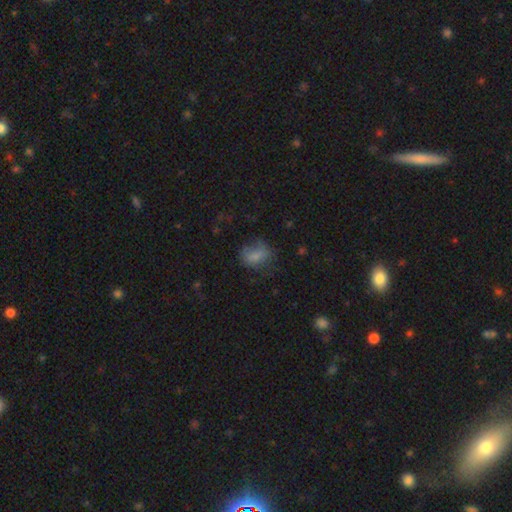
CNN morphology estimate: A smooth galaxy with no disk features (70%) that is in between round and cigar-shaped (69%). Merging: none (50%).